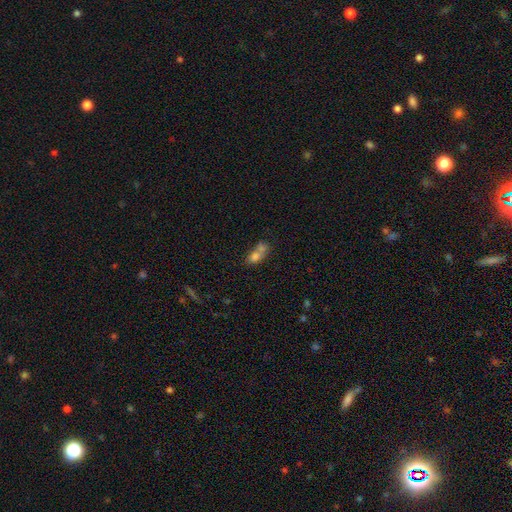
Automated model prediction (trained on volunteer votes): A smooth galaxy with no disk features (66%) that is in between round and cigar-shaped (62%). Merging: merger (61%).